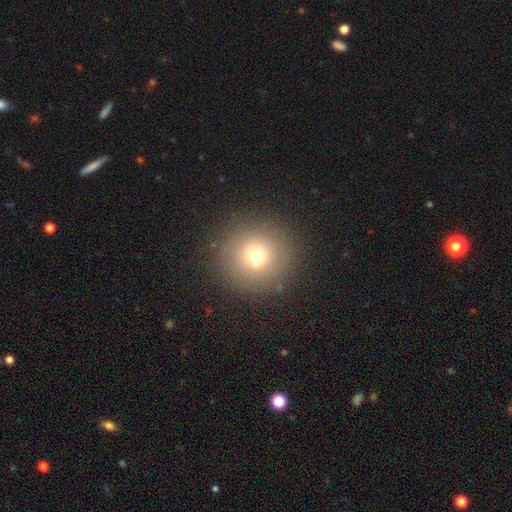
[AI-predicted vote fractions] This appears to be a smooth galaxy with no disk features (68%) that is round (96%). Merging: none (88%).